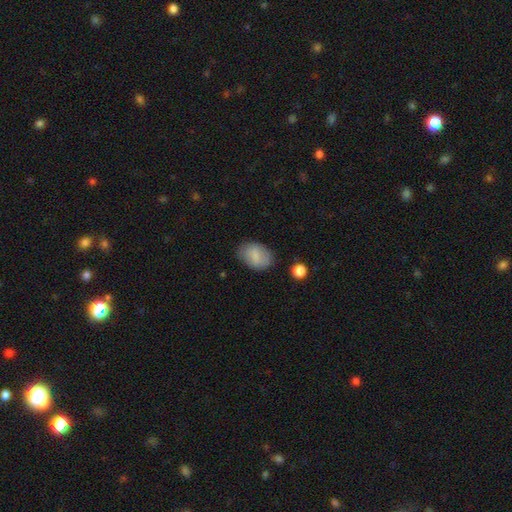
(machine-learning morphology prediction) smooth_or_featured: smooth (p=0.77) [alt: featured or disk p=0.16]
how_rounded: in between (p=0.82) [alt: round p=0.17]
merging: none (p=0.75) [alt: minor disturbance p=0.19]